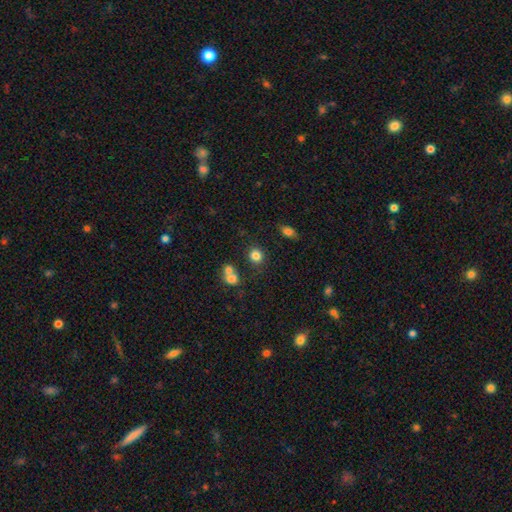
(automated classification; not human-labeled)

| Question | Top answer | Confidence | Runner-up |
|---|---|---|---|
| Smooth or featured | smooth | 81% | star or artifact (12%) |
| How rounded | round | 81% | in between (18%) |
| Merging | none | 73% | merger (13%) |